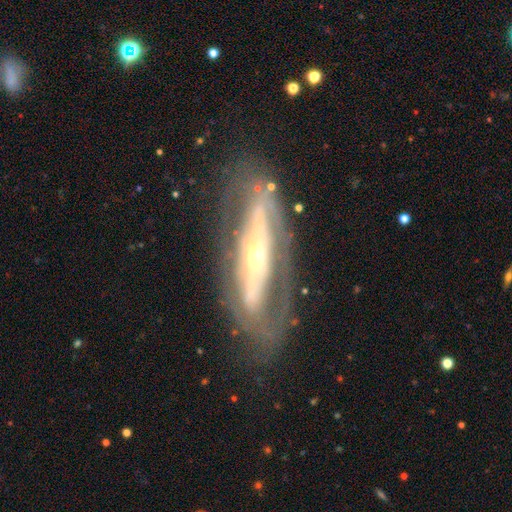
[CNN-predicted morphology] type=featured or disk (77%); edge-on=no (74%); bar=no (63%); spiral arms=yes (53%); bulge=small (51%); merging=none (69%).